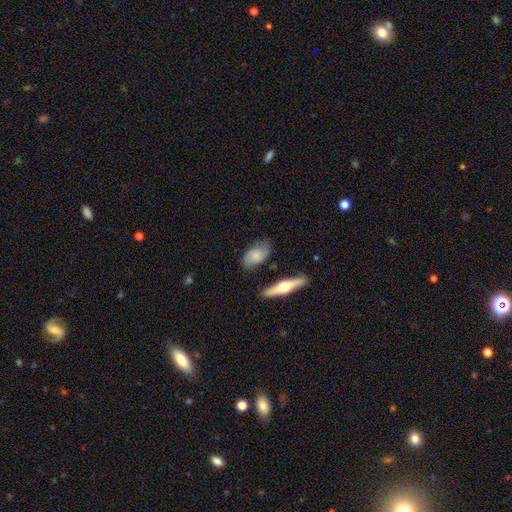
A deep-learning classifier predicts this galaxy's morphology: smooth-or-featured: smooth: 71% | featured or disk: 23% | star or artifact: 6%
  how-rounded: in between: 88% | cigar-shaped: 7% | round: 5%
  merging: none: 71% | minor disturbance: 20% | major disturbance: 5% | merger: 4%